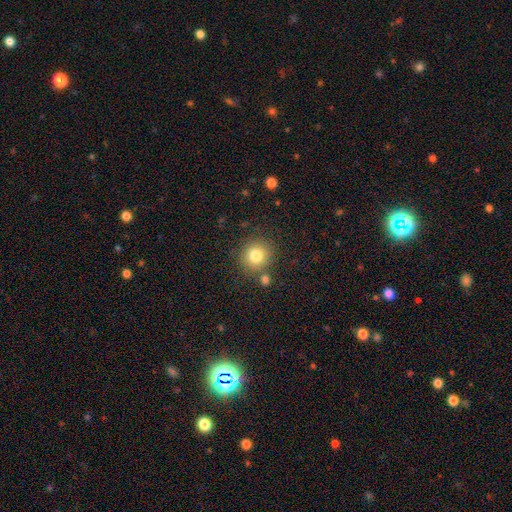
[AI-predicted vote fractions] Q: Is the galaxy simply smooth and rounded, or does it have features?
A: smooth — 81%.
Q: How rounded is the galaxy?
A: round — 89%.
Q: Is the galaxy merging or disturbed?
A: none — 78%.